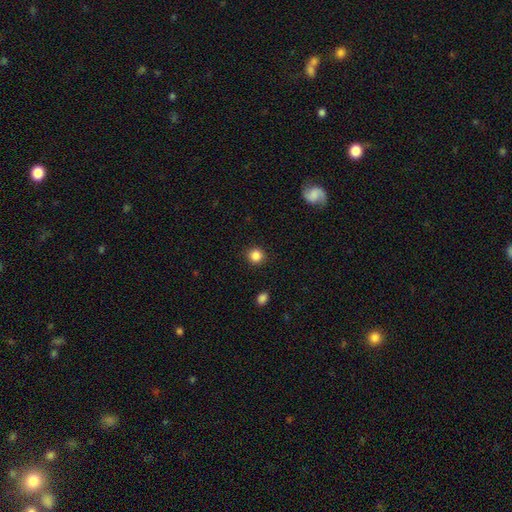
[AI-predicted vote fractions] A smooth galaxy with no disk features (86%) that is round (93%).

Vote fractions:
- Smooth or featured? smooth: 86% / star or artifact: 11% / featured or disk: 3%
- How rounded? round: 93% / in between: 6% / cigar-shaped: 1%
- Merging? none: 91% / minor disturbance: 5% / major disturbance: 2% / merger: 1%